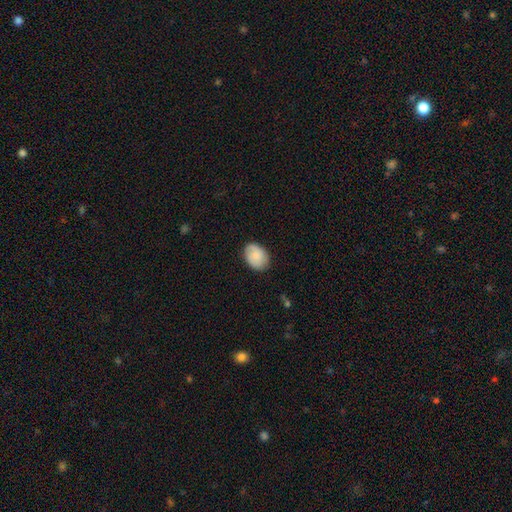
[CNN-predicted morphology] smooth_or_featured: smooth (p=0.75) [alt: featured or disk p=0.17]
how_rounded: in between (p=0.70) [alt: round p=0.29]
merging: none (p=0.80) [alt: minor disturbance p=0.16]